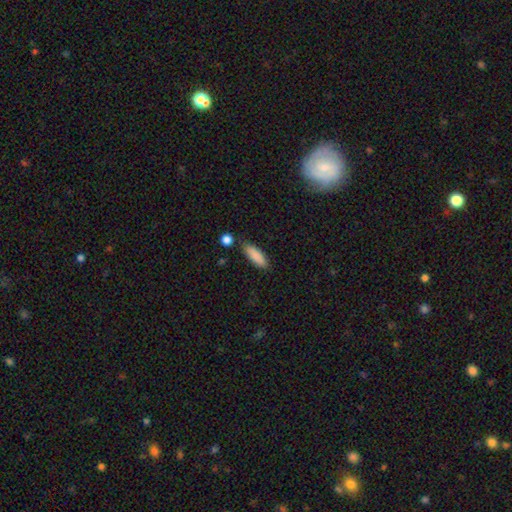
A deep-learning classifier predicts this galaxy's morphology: This appears to be a smooth galaxy with no disk features (88%) that is in between round and cigar-shaped (59%). Merging: none (80%).